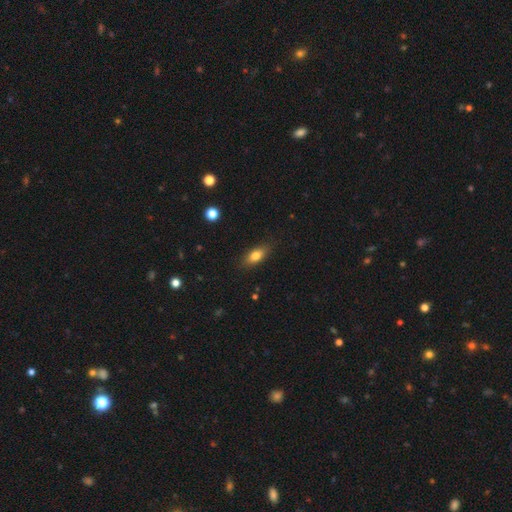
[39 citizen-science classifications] Smooth or featured? smooth (85%)
How rounded? in between (70%)
Merging? none (89%)